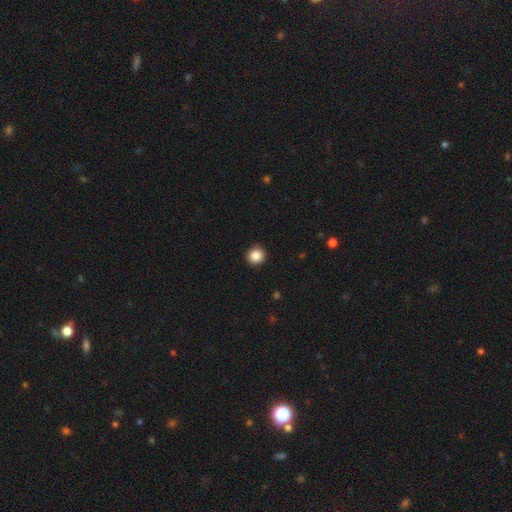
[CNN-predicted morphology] This is clearly a smooth galaxy (86%). How rounded: clearly round (95%). Merging: clearly none (93%).